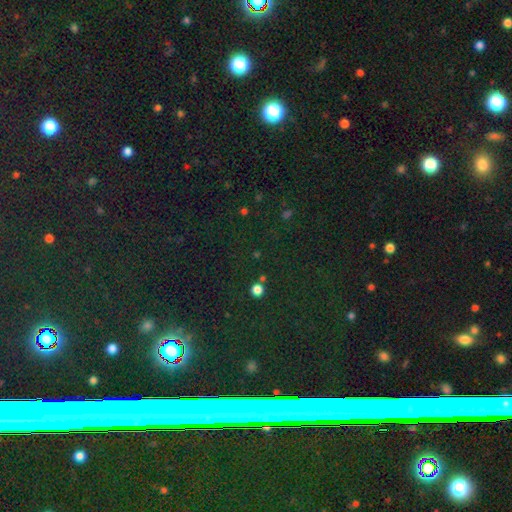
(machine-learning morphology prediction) smooth-or-featured: star or artifact: 74% | smooth: 14% | featured or disk: 12%